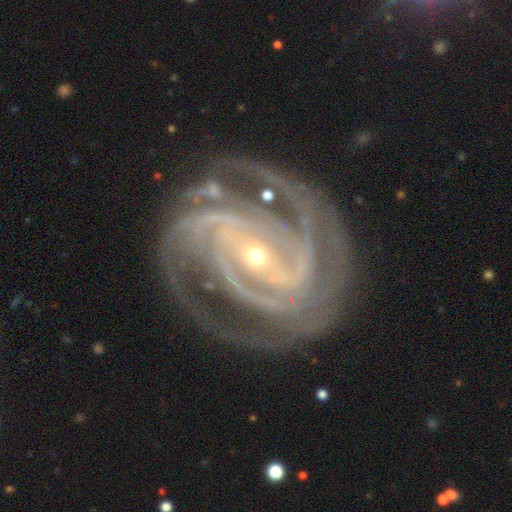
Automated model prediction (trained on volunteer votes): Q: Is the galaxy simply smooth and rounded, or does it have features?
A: featured or disk — 93%.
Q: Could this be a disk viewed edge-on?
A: no — 97%.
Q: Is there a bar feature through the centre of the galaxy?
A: strong — 49%.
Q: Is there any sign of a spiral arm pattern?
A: yes — 98%.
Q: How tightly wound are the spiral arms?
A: tight — 69%.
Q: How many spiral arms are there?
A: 3 — 28%.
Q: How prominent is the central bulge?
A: small — 69%.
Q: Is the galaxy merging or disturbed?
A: none — 75%.